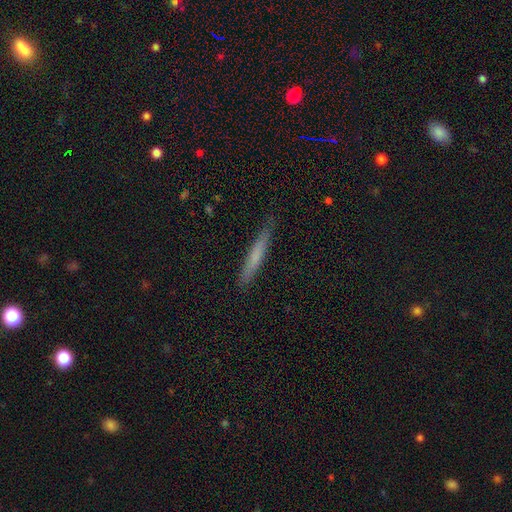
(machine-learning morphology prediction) Smooth or featured? smooth (63%)
How rounded? cigar-shaped (96%)
Merging? none (87%)